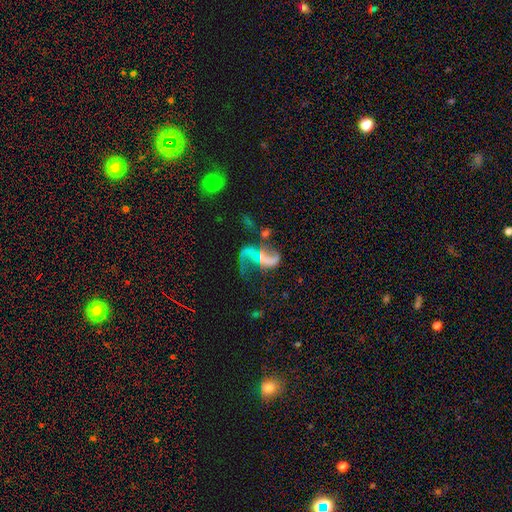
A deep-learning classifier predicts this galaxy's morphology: smooth-or-featured: featured or disk: 71% | star or artifact: 17% | smooth: 12%
  disk-edge-on: no: 95% | yes: 5%
    bar: no: 45% | weak: 36% | strong: 19%
    has-spiral-arms: yes: 82% | no: 18%
      spiral-winding: loose: 75% | medium: 19% | tight: 6%
      spiral-arm-count: 2: 65% | 1: 26% | can't tell: 5% | 3: 2% | 4: 1% | more than 4: 1%
    bulge-size: small: 44% | moderate: 27% | none: 22% | large: 4% | dominant: 2%
  merging: none: 37% | major disturbance: 34% | minor disturbance: 15% | merger: 14%